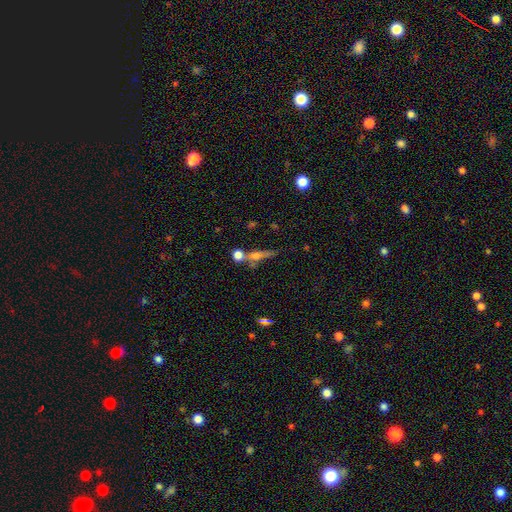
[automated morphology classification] Smooth or featured? smooth (52%)
How rounded? cigar-shaped (52%)
Merging? none (47%)